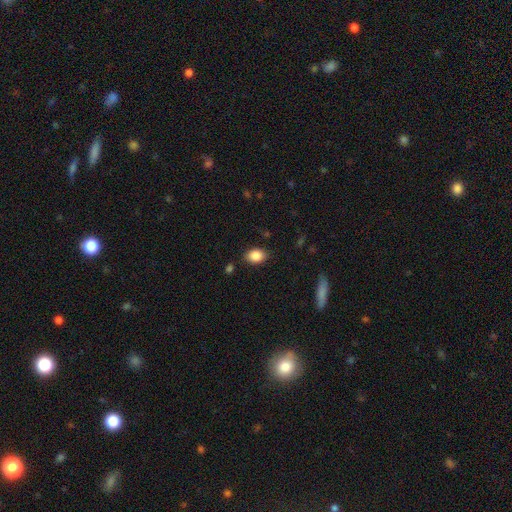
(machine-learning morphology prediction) Smooth or featured? Predicted: smooth (p=0.87). How rounded? Predicted: in between (p=0.74). Merging? Predicted: none (p=0.85).